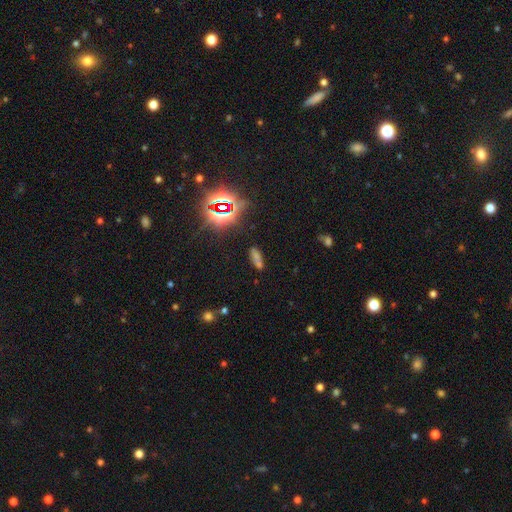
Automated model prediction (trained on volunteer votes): This appears to be a smooth galaxy with no disk features (45%). Merging: none (68%).